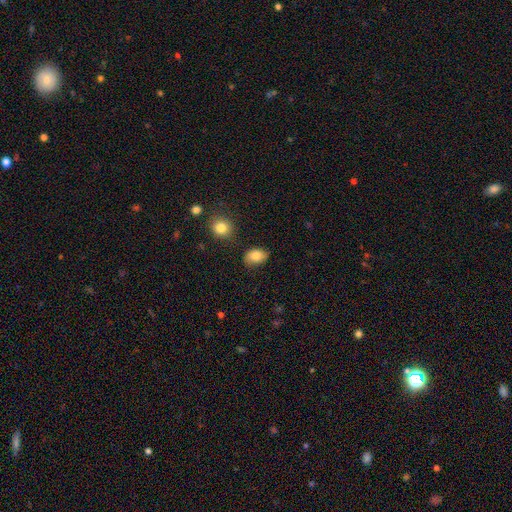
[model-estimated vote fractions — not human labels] smooth 82%, featured or disk 9%, star or artifact 8%. Down the decision tree: how rounded — in between (83%); merging — none (78%).